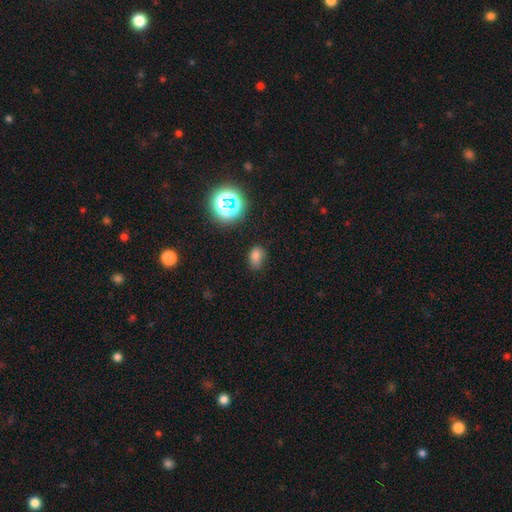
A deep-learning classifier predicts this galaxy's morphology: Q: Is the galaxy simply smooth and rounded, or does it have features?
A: smooth — 73%.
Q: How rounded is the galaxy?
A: in between — 76%.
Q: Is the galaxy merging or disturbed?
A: none — 71%.